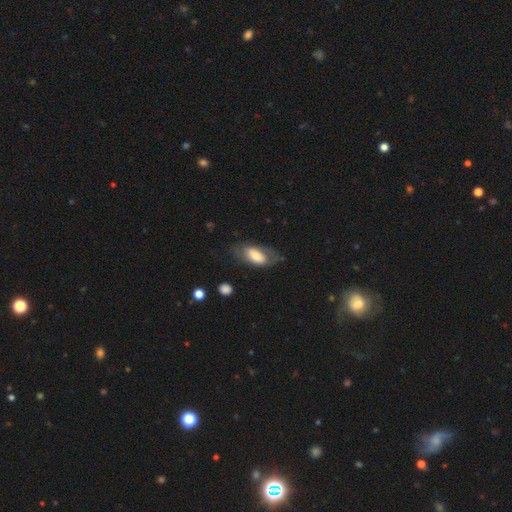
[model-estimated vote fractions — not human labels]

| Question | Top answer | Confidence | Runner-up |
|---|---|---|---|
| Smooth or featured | smooth | 59% | featured or disk (35%) |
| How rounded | in between | 88% | cigar-shaped (8%) |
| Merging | none | 58% | minor disturbance (23%) |